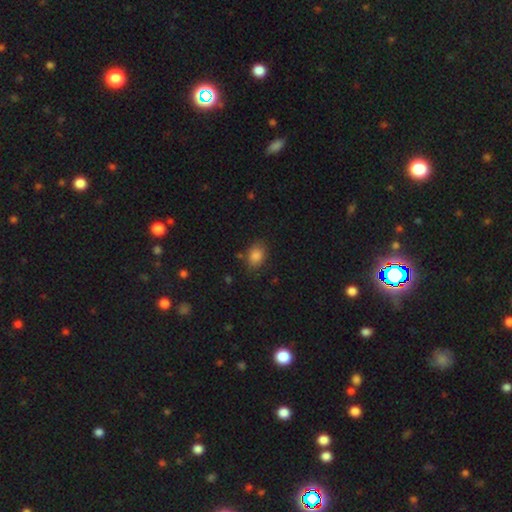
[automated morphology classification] This appears to be a smooth galaxy with no disk features (86%) that is in between round and cigar-shaped (74%). Merging: none (79%).